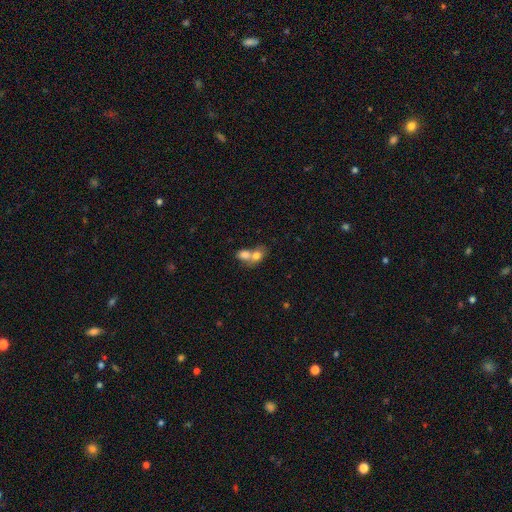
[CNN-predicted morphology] type=smooth (74%); roundness=in between (55%); merging=merger (74%).